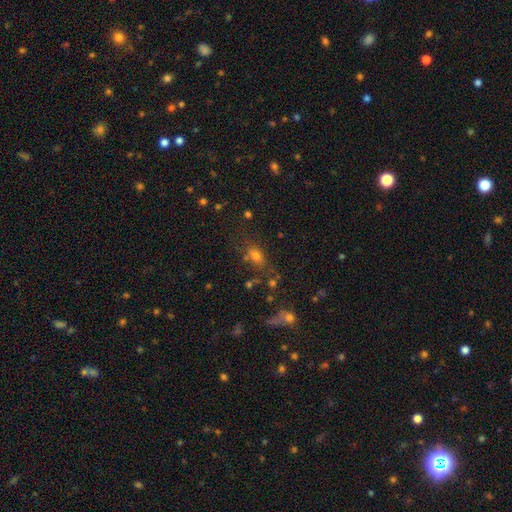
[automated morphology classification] Smooth or featured?
  - smooth: 64% *
  - star or artifact: 24%
  - featured or disk: 12%
How rounded?
  - in between: 67% *
  - round: 27%
  - cigar-shaped: 6%
Merging?
  - none: 65% *
  - minor disturbance: 16%
  - merger: 11%
  - major disturbance: 8%